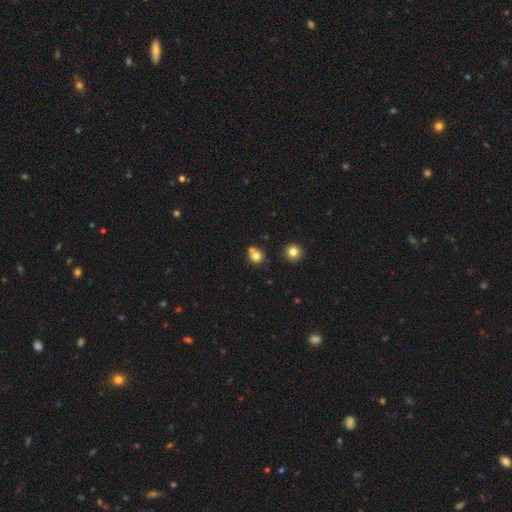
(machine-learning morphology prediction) This is likely a smooth galaxy (77%). How rounded: clearly round (85%). Merging: possibly none (57%).